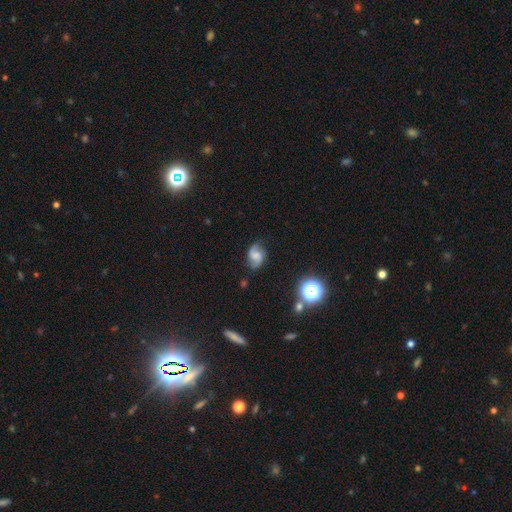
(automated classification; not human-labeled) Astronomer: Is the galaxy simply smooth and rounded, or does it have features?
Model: featured or disk — 68%.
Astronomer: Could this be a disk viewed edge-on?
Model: no — 97%.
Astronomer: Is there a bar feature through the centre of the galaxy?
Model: no — 48% (runner-up: weak, 43%).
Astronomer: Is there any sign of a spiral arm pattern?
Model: yes — 95%.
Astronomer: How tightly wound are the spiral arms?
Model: loose — 47% (runner-up: medium, 40%).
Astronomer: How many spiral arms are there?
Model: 2 — 91%.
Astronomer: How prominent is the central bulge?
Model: moderate — 33% (runner-up: small, 28%).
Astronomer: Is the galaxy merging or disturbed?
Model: none — 75%.